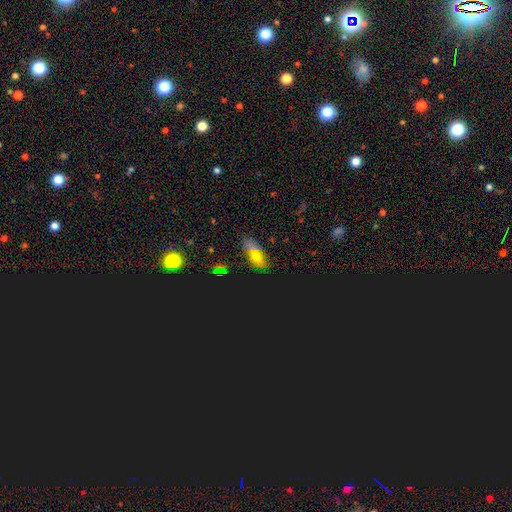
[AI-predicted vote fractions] This appears to be a smooth galaxy with no disk features (48%). Merging: none (73%).